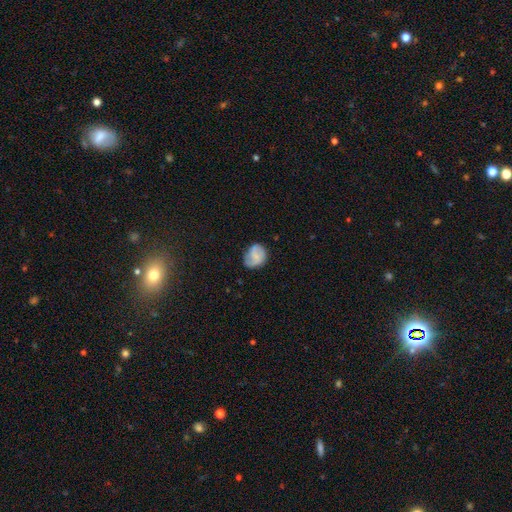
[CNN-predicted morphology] A smooth galaxy with no disk features (52%) that is round (55%). Merging: none (67%).